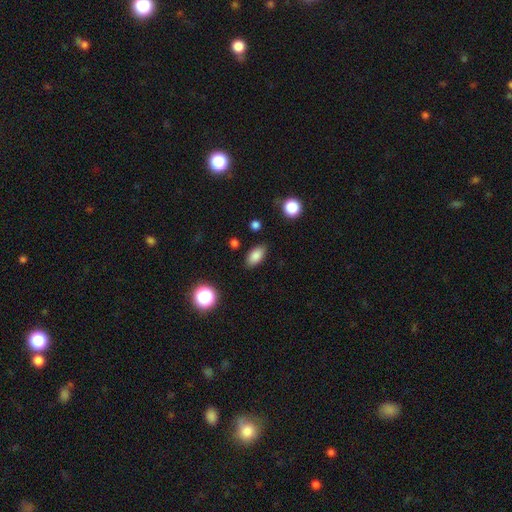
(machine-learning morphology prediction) Smooth or featured?
  - smooth: 84% *
  - star or artifact: 10%
  - featured or disk: 6%
How rounded?
  - in between: 90% *
  - round: 7%
  - cigar-shaped: 3%
Merging?
  - none: 85% *
  - minor disturbance: 10%
  - major disturbance: 3%
  - merger: 2%